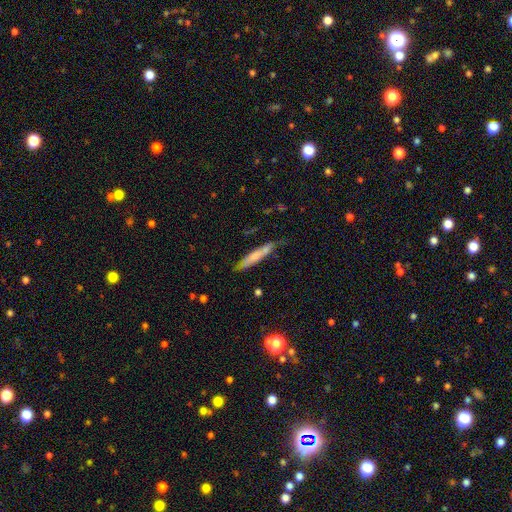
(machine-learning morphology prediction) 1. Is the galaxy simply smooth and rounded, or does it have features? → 59% smooth, 34% featured or disk, 7% star or artifact.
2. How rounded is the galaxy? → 90% cigar-shaped, 8% in between, 2% round.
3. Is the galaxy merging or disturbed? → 69% none, 21% minor disturbance, 5% major disturbance, 5% merger.